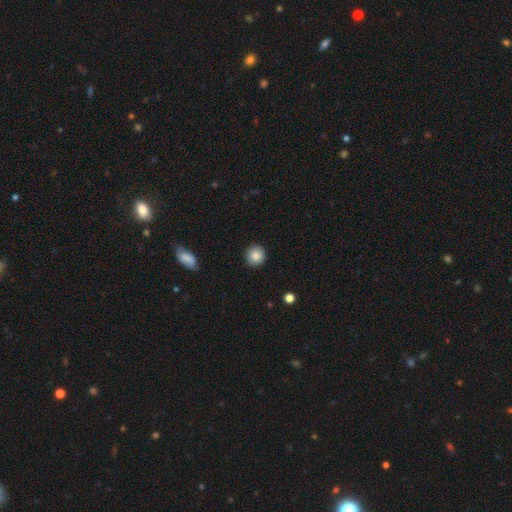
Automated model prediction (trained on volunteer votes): Smooth or featured? smooth (87%)
How rounded? round (92%)
Merging? none (91%)